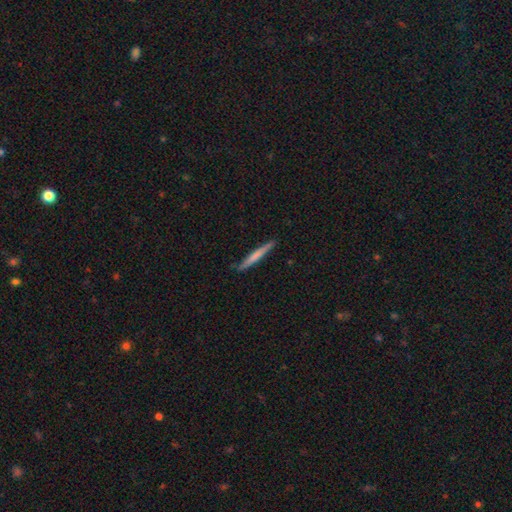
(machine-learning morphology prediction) Smooth or featured: smooth — 59% (featured or disk — 36%)
How rounded: cigar-shaped — 96% (in between — 3%)
Merging: none — 87% (minor disturbance — 10%)